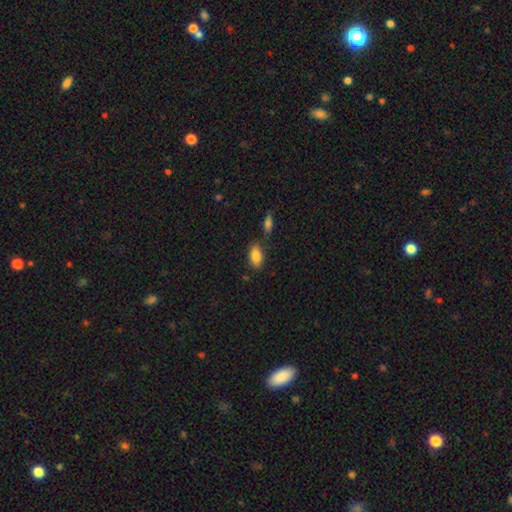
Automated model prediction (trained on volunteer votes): Smooth or featured? Predicted: smooth (p=0.85). How rounded? Predicted: in between (p=0.91). Merging? Predicted: none (p=0.72).